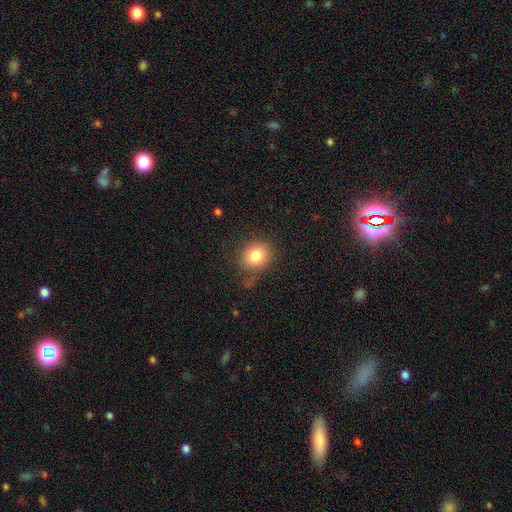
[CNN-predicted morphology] Q: Smooth or featured?
A: smooth (82%); runner-up: star or artifact (10%)
Q: How rounded?
A: round (71%); runner-up: in between (28%)
Q: Merging?
A: none (75%); runner-up: minor disturbance (16%)